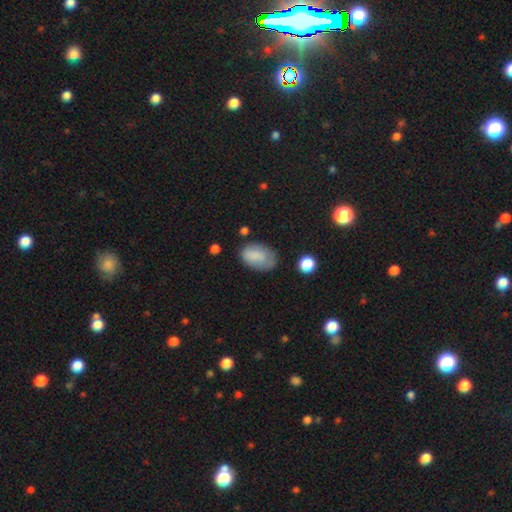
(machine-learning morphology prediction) smooth_or_featured: smooth (p=0.79) [alt: featured or disk p=0.13]
how_rounded: in between (p=0.90) [alt: round p=0.09]
merging: none (p=0.57) [alt: minor disturbance p=0.29]